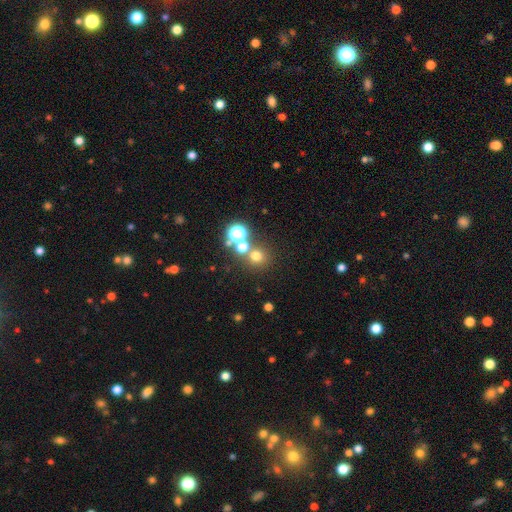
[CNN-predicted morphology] This is likely a smooth galaxy (65%). How rounded: clearly round (90%). Merging: likely none (69%).